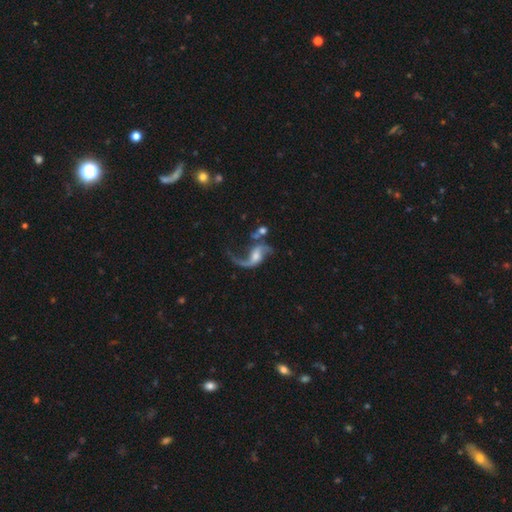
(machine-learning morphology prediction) A featured or disk galaxy (87%) with no bar (44%), 2 (87%) loose (86%) spiral arms (95%) and a moderate central bulge (43%). Merging: none (50%).